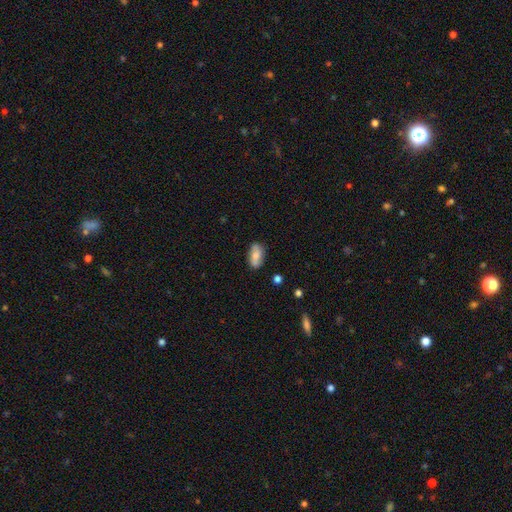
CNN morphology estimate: A smooth galaxy with no disk features (73%) that is in between round and cigar-shaped (90%).

Vote fractions:
- Smooth or featured? smooth: 73% / featured or disk: 20% / star or artifact: 7%
- How rounded? in between: 90% / cigar-shaped: 6% / round: 4%
- Merging? none: 82% / minor disturbance: 14% / major disturbance: 3% / merger: 2%